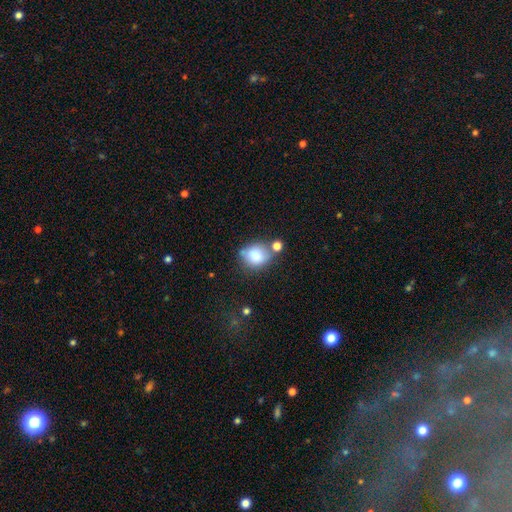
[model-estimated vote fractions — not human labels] Morphology: type=smooth (79%); roundness=round (59%); merging=none (51%).